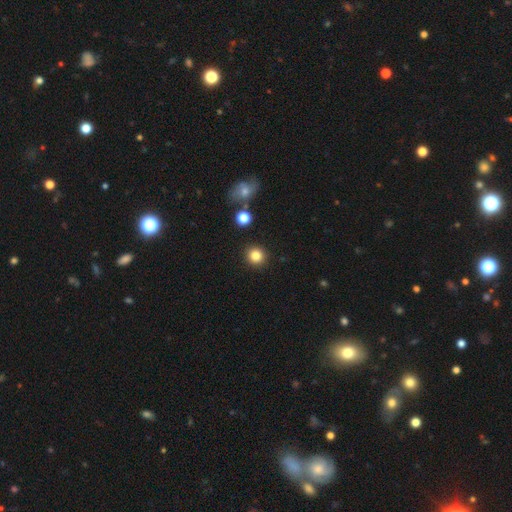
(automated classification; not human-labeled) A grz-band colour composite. It shows a smooth galaxy with no disk features (84%) that is round (92%). Merging: none (90%).